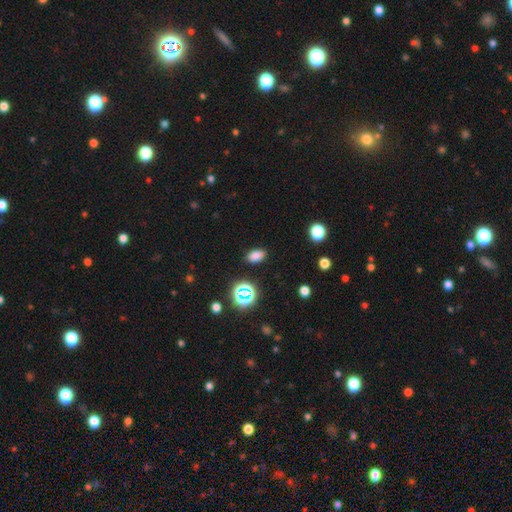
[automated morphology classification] This is likely a smooth galaxy (78%). How rounded: clearly in between (87%). Merging: clearly none (88%).